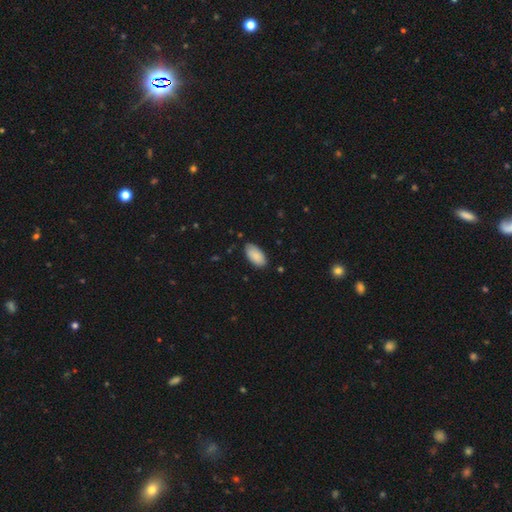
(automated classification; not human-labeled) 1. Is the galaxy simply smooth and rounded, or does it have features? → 89% smooth, 6% star or artifact, 5% featured or disk.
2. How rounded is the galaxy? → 95% in between, 3% cigar-shaped, 2% round.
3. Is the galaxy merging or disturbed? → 81% none, 15% minor disturbance, 2% major disturbance, 1% merger.